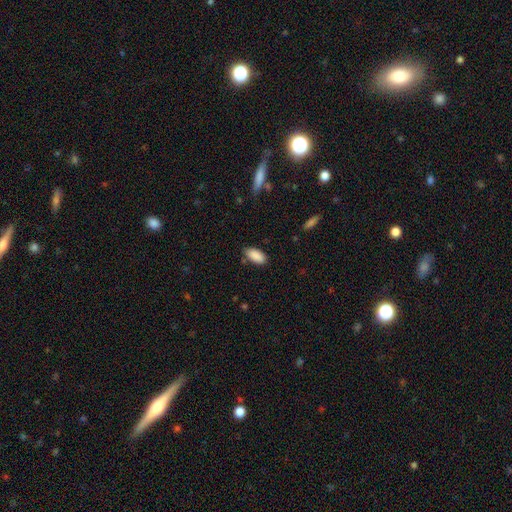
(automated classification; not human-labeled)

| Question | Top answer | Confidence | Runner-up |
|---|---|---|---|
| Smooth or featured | smooth | 89% | star or artifact (7%) |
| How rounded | in between | 91% | cigar-shaped (7%) |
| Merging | none | 80% | minor disturbance (15%) |